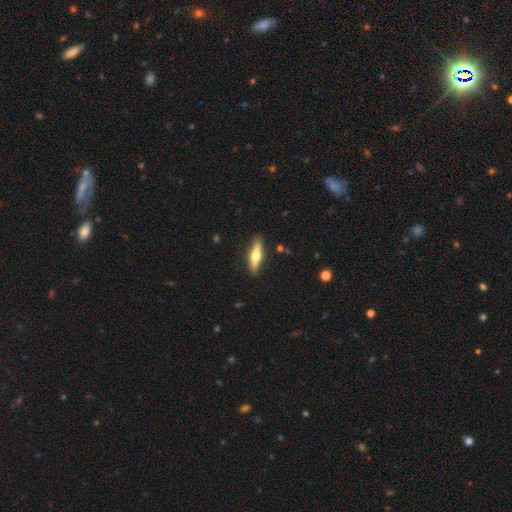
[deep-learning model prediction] Overall: smooth (48%; featured or disk 47%). Merging: none (90%).